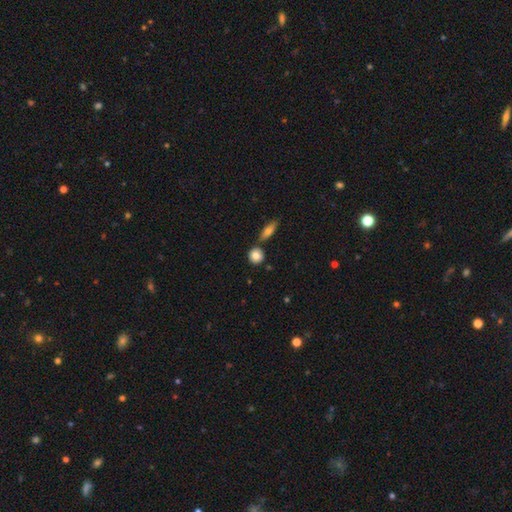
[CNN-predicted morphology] type=smooth (80%); roundness=round (83%); merging=none (74%).